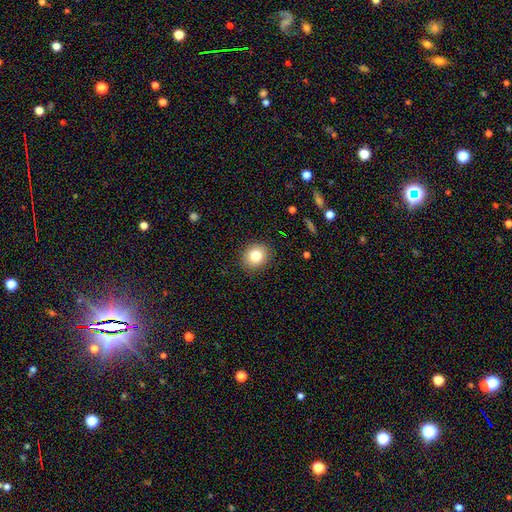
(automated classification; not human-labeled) smooth 80%, star or artifact 11%, featured or disk 10%. Down the decision tree: how rounded — round (75%); merging — none (90%).